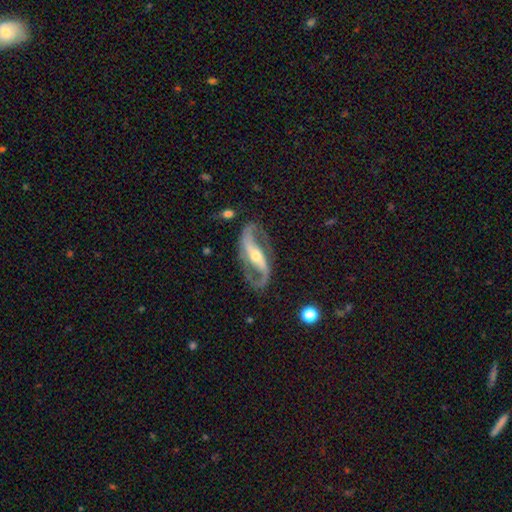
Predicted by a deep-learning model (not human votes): A featured or disk galaxy (91%) with a strong bar (58%), 2 (93%) medium (44%) spiral arms (96%) and a moderate central bulge (56%). Merging: none (80%).